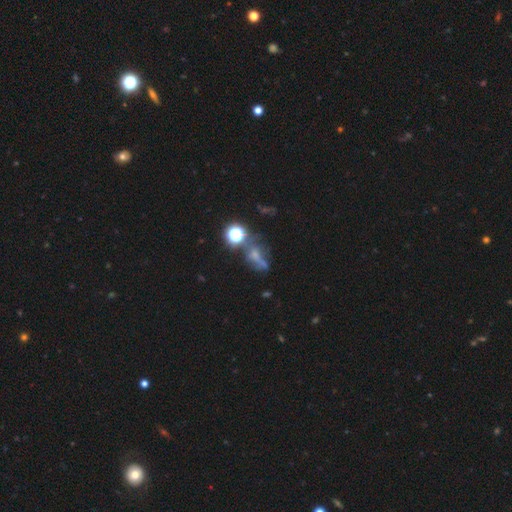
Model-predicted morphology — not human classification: smooth_or_featured: star or artifact (p=0.36) [tied with: smooth p=0.36]